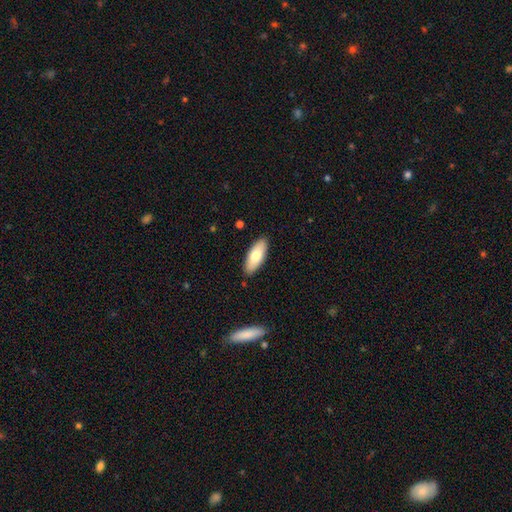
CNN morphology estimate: The model was most divided on "how rounded": in between: 77%, cigar-shaped: 22%, round: 2%. More confident: merging — none (88%); smooth or featured — smooth (76%).